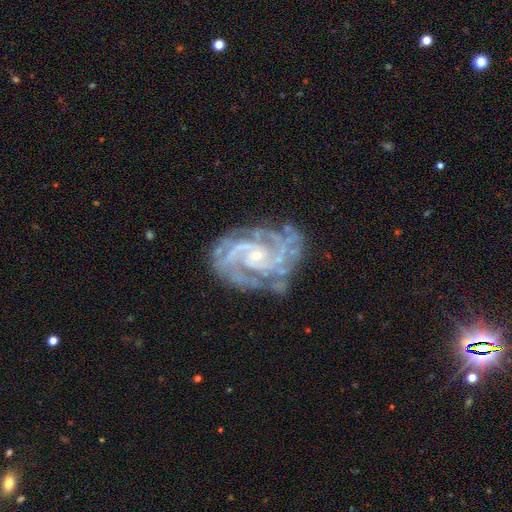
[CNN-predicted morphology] Smooth or featured? featured or disk (92%)
Edge-on disk? no (98%)
Bar? no (61%)
Spiral arms? yes (98%)
Spiral winding? tight (58%)
Spiral arm count? 2 (49%)
Bulge size? small (79%)
Merging? none (71%)